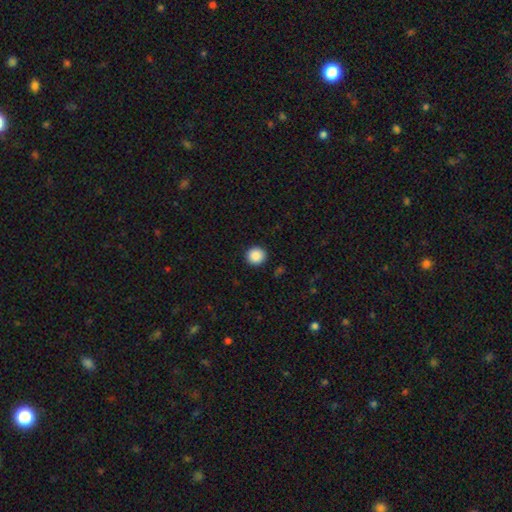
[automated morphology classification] smooth 89%, star or artifact 9%, featured or disk 3%. Down the decision tree: how rounded — round (94%); merging — none (92%).